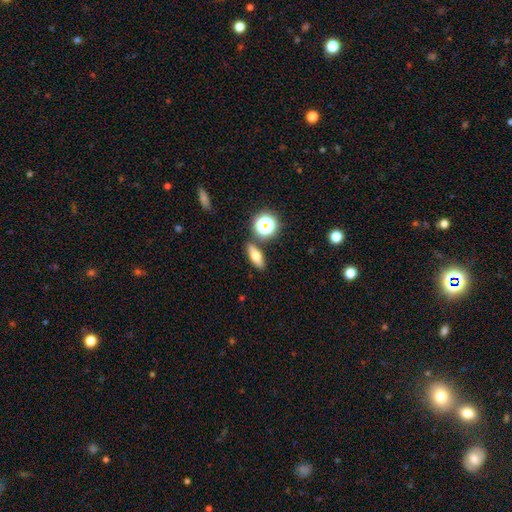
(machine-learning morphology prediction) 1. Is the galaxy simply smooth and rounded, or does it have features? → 60% smooth, 26% featured or disk, 14% star or artifact.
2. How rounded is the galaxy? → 55% in between, 30% cigar-shaped, 15% round.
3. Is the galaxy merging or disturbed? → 83% none, 8% minor disturbance, 6% merger, 3% major disturbance.